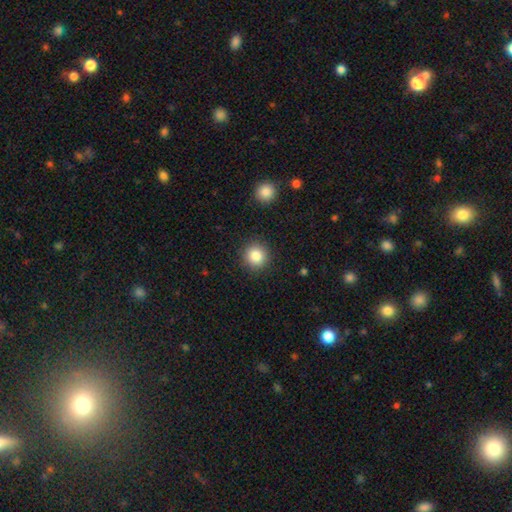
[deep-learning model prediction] smooth-or-featured: smooth: 85% | star or artifact: 10% | featured or disk: 5%
  how-rounded: round: 93% | in between: 6% | cigar-shaped: 1%
  merging: none: 90% | minor disturbance: 6% | major disturbance: 2% | merger: 1%